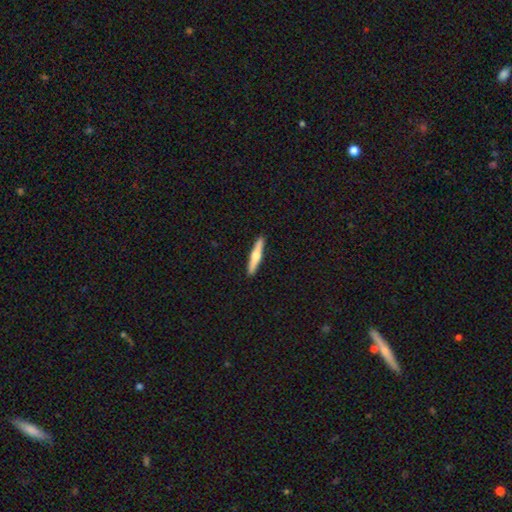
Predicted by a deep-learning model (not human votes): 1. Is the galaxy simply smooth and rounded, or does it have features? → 55% featured or disk, 40% smooth, 5% star or artifact.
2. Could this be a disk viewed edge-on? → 97% yes, 3% no.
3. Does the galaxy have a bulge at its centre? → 90% rounded, 6% none, 4% boxy.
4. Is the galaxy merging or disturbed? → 91% none, 6% minor disturbance, 1% major disturbance, 1% merger.